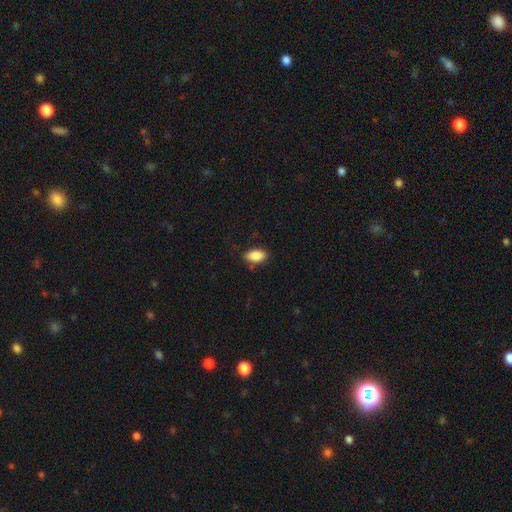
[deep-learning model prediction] Morphology: type=smooth (88%); roundness=in between (93%); merging=none (80%).